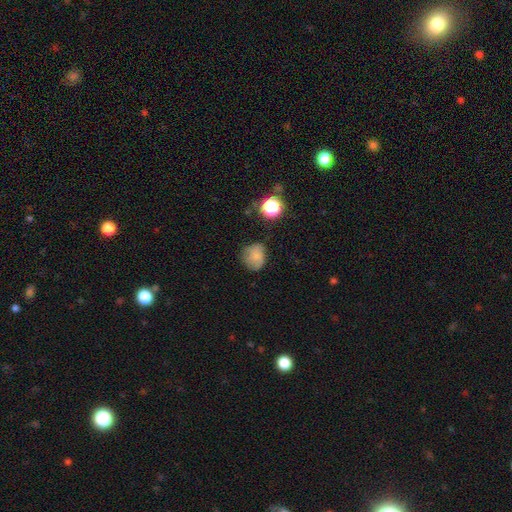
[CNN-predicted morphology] A smooth galaxy with no disk features (75%) that is round (67%). Merging: none (59%).